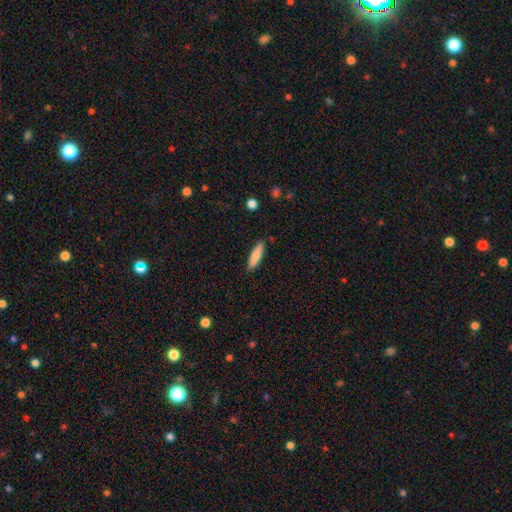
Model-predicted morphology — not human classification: Smooth or featured? Predicted: smooth (p=0.80). How rounded? Predicted: cigar-shaped (p=0.77). Merging? Predicted: none (p=0.87).